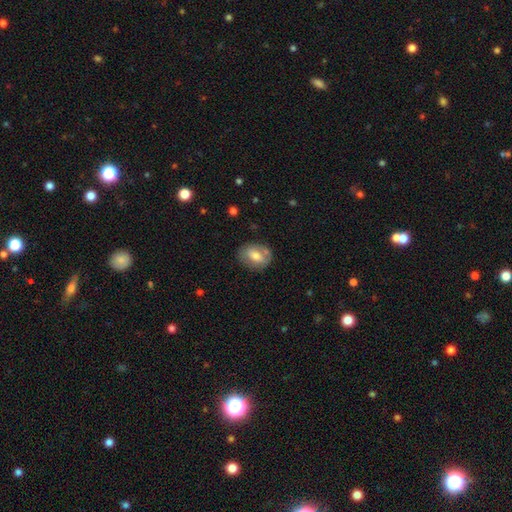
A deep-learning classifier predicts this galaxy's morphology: Smooth or featured? smooth (61%)
How rounded? in between (69%)
Merging? none (71%)